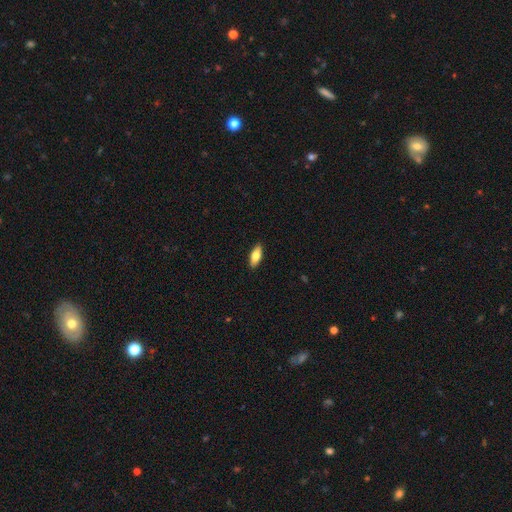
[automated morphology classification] smooth 77%, featured or disk 17%, star or artifact 6%. Down the decision tree: how rounded — in between (79%); merging — none (90%).